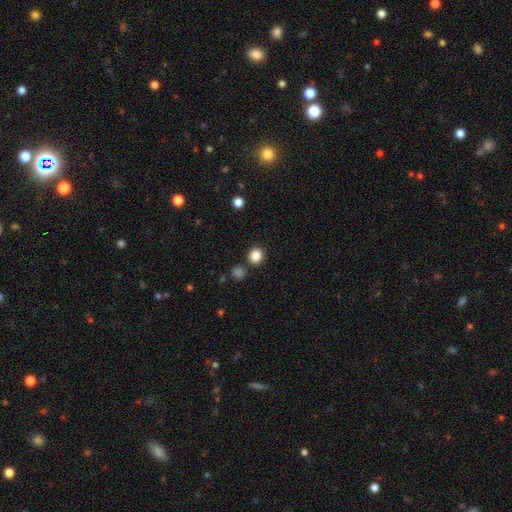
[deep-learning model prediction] A smooth galaxy with no disk features (85%) that is round (84%). Merging: none (85%).